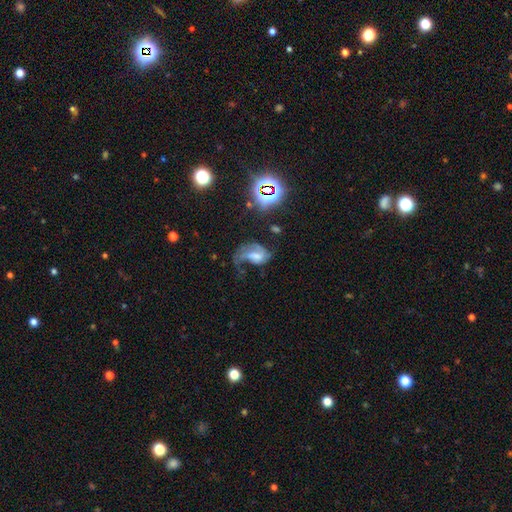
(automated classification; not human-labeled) Q: Smooth or featured?
A: featured or disk (62%); runner-up: smooth (24%)
Q: Edge-on disk?
A: no (97%); runner-up: yes (3%)
Q: Bar?
A: weak (42%); runner-up: no (38%)
Q: Spiral arms?
A: yes (82%); runner-up: no (18%)
Q: Bulge size?
A: moderate (31%); runner-up: none (27%)
Q: Merging?
A: major disturbance (49%); runner-up: none (26%)